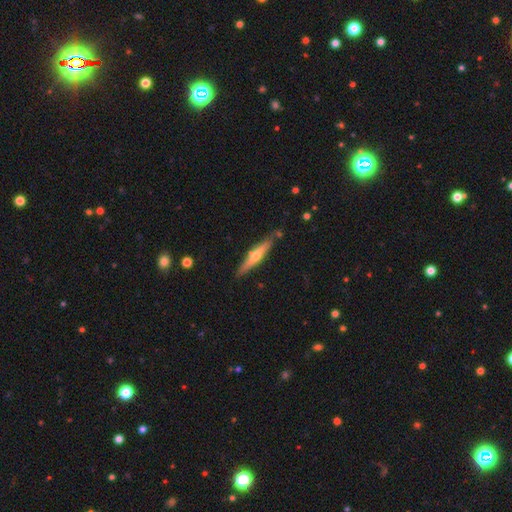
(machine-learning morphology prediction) A featured or disk galaxy (60%) viewed edge-on (95%) with a rounded central bulge (83%). Merging: none (84%).